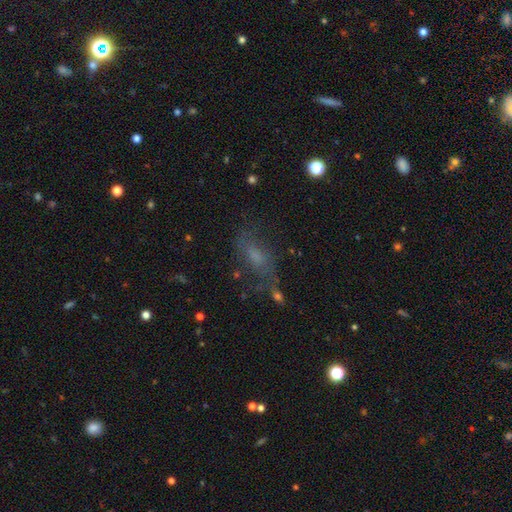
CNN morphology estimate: Smooth or featured: featured or disk — 40% (tied with smooth — 40%)
Merging: none — 51% (minor disturbance — 21%)